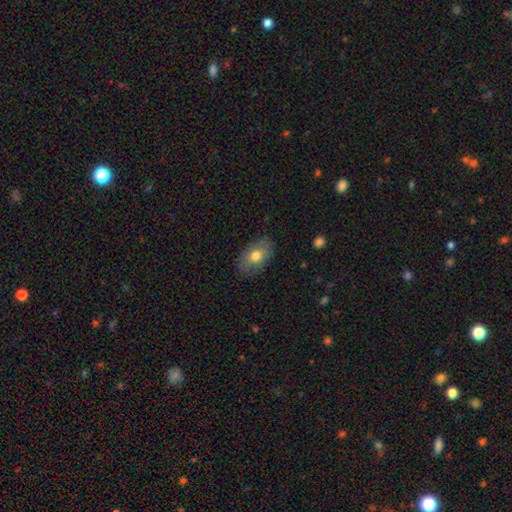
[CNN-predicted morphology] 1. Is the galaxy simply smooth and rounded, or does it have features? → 72% smooth, 21% featured or disk, 7% star or artifact.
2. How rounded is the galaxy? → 88% in between, 10% round, 1% cigar-shaped.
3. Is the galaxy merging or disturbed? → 83% none, 13% minor disturbance, 3% major disturbance, 1% merger.